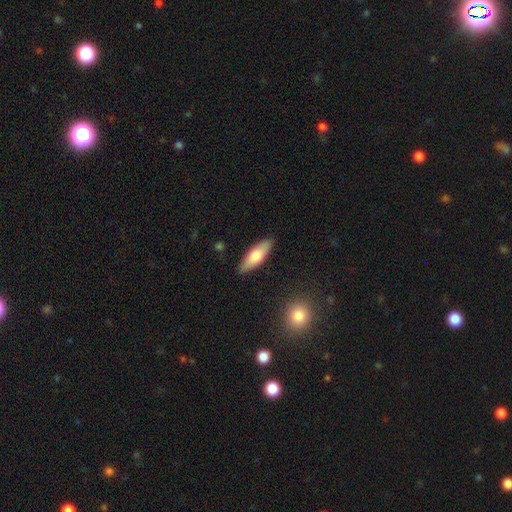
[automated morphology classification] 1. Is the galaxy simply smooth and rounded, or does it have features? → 69% smooth, 26% featured or disk, 6% star or artifact.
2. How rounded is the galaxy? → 58% in between, 40% cigar-shaped, 2% round.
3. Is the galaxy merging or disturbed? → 88% none, 9% minor disturbance, 2% major disturbance, 1% merger.